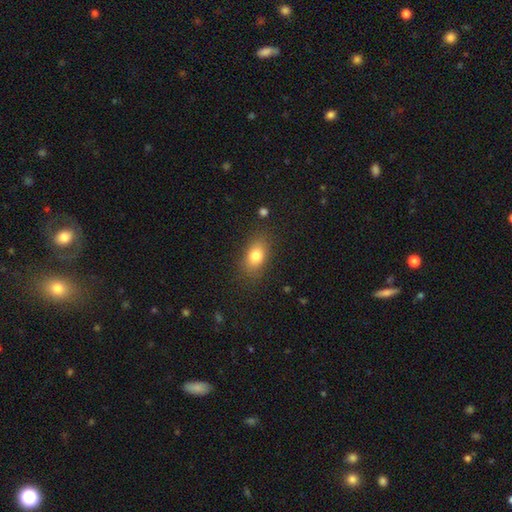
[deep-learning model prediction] Smooth or featured?
  - smooth: 79% *
  - featured or disk: 11%
  - star or artifact: 10%
How rounded?
  - in between: 78% *
  - round: 19%
  - cigar-shaped: 3%
Merging?
  - none: 82% *
  - minor disturbance: 13%
  - major disturbance: 4%
  - merger: 1%